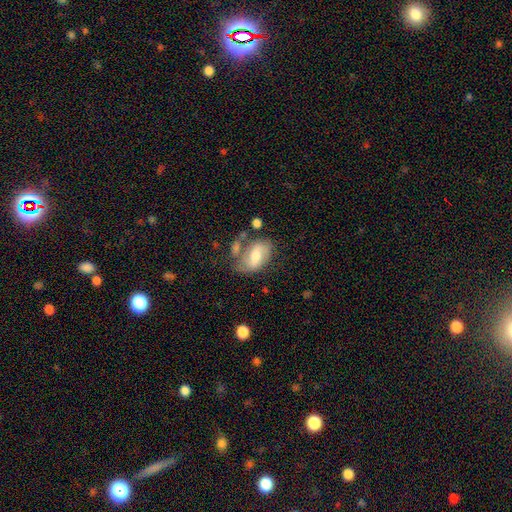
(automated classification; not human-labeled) Morphology: type=featured or disk (50%); edge-on=no (94%); merging=none (41%).